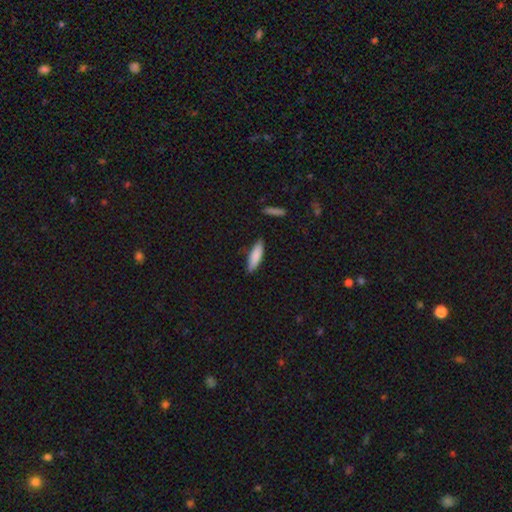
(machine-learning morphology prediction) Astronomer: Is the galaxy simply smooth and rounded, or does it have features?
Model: smooth — 84%.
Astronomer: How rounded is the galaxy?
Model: cigar-shaped — 59% (runner-up: in between, 39%).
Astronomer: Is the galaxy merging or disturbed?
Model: none — 83%.